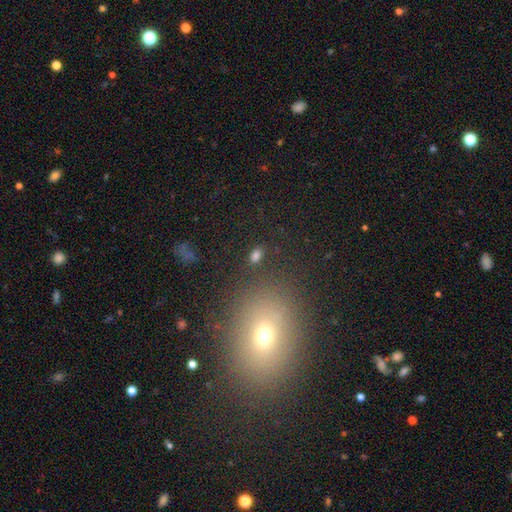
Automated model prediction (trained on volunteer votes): The model was most divided on "smooth or featured": smooth: 78%, star or artifact: 16%, featured or disk: 6%. More confident: how rounded — in between (85%); merging — none (82%).